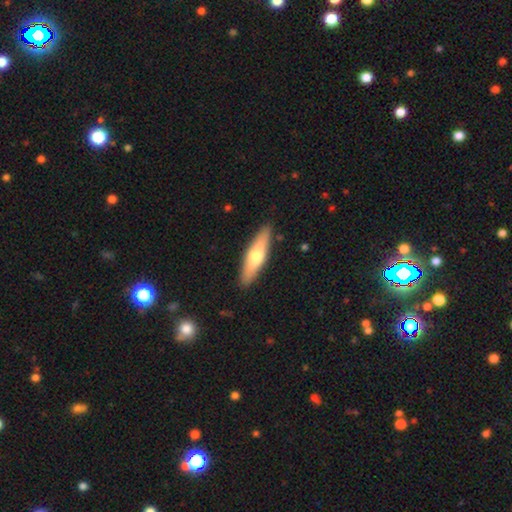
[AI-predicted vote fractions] A smooth galaxy with no disk features (58%) that is cigar-shaped (68%).

Vote fractions:
- Smooth or featured? smooth: 58% / featured or disk: 37% / star or artifact: 5%
- How rounded? cigar-shaped: 68% / in between: 31% / round: 2%
- Merging? none: 89% / minor disturbance: 8% / major disturbance: 2% / merger: 1%